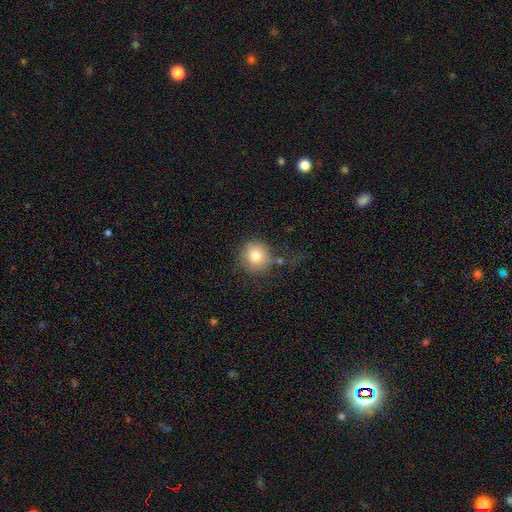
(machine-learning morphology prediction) This appears to be a smooth galaxy with no disk features (77%) that is round (92%). Merging: none (63%).